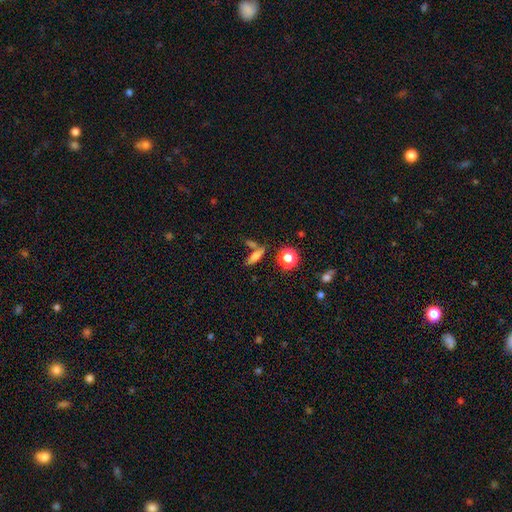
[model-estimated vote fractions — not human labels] A smooth galaxy with no disk features (64%) that is cigar-shaped (50%).

Vote fractions:
- Smooth or featured? smooth: 64% / featured or disk: 21% / star or artifact: 15%
- How rounded? cigar-shaped: 50% / in between: 40% / round: 10%
- Merging? none: 60% / merger: 22% / minor disturbance: 13% / major disturbance: 6%